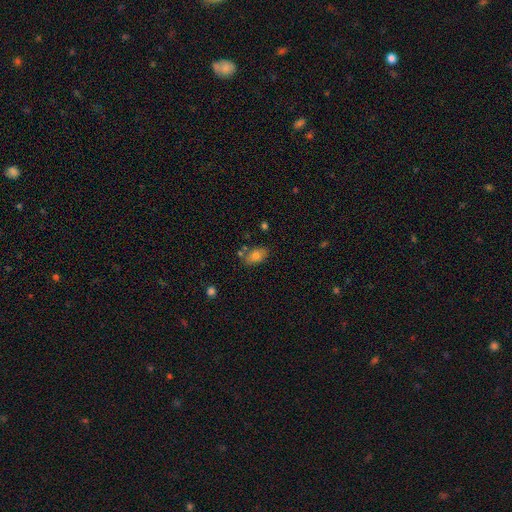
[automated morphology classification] Smooth or featured? Predicted: smooth (p=0.76). How rounded? Predicted: in between (p=0.86). Merging? Predicted: none (p=0.70).